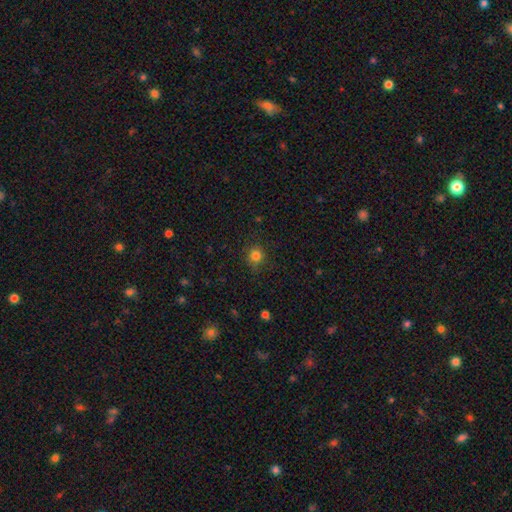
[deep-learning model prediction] A smooth galaxy with no disk features (80%) that is round (87%). Merging: none (83%).